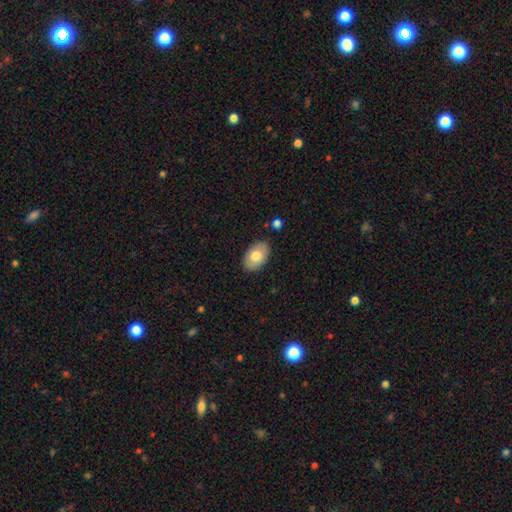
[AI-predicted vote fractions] This appears to be a smooth galaxy with no disk features (76%) that is in between round and cigar-shaped (91%). Merging: none (86%).